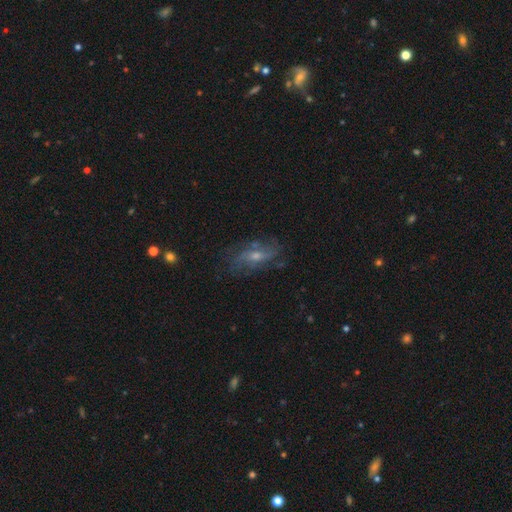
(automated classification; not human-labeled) A featured or disk galaxy (66%) with no bar (51%), spiral arms (79%) and a moderate central bulge (49%). Merging: none (70%).